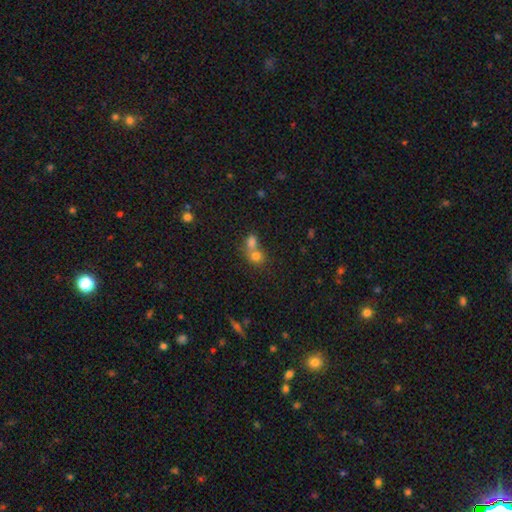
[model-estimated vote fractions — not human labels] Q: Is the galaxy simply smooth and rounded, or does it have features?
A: smooth — 75%.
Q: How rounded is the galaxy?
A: round — 70%.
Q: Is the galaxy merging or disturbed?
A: merger — 64%.